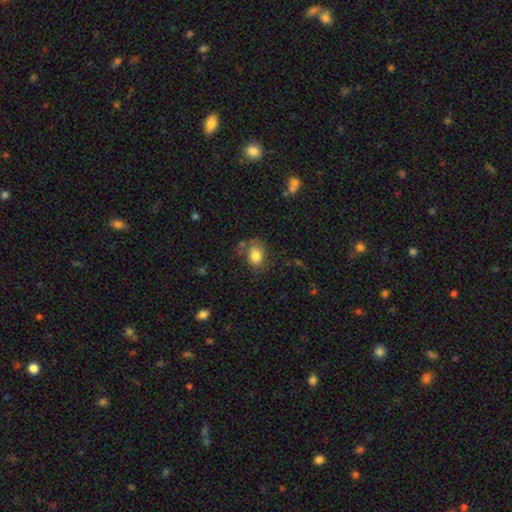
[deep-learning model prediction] The model was most divided on "how rounded": in between: 59%, round: 40%, cigar-shaped: 1%. More confident: smooth or featured — smooth (81%); merging — none (65%).